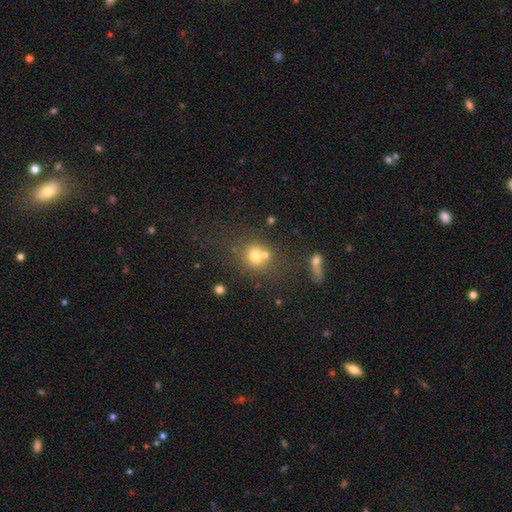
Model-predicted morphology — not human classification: This appears to be a smooth galaxy with no disk features (71%) that is round (81%). Merging: none (53%).